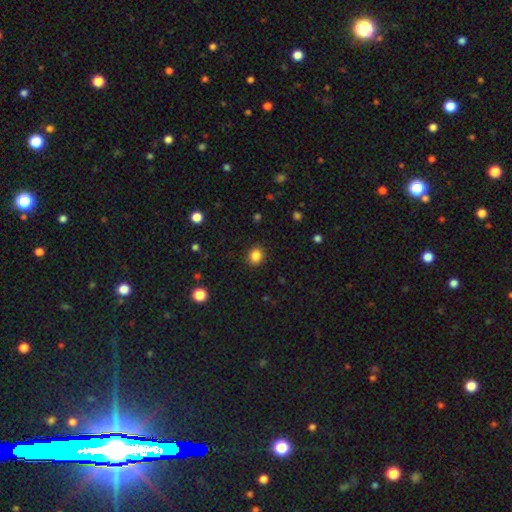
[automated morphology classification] Smooth or featured? smooth (85%)
How rounded? round (80%)
Merging? none (90%)